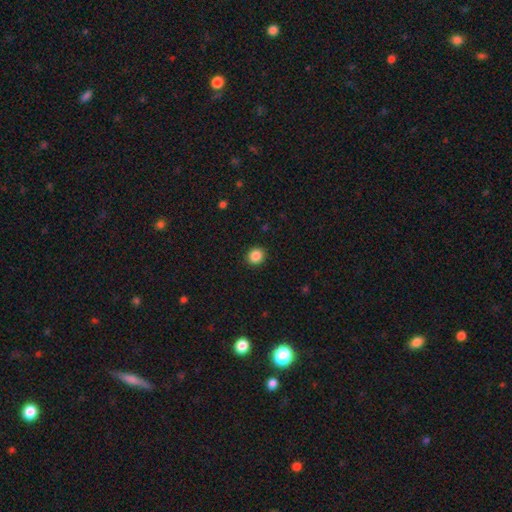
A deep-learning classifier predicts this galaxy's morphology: Smooth or featured?
  - smooth: 87% *
  - star or artifact: 10%
  - featured or disk: 3%
How rounded?
  - round: 76% *
  - in between: 23%
  - cigar-shaped: 1%
Merging?
  - none: 91% *
  - minor disturbance: 6%
  - major disturbance: 2%
  - merger: 1%